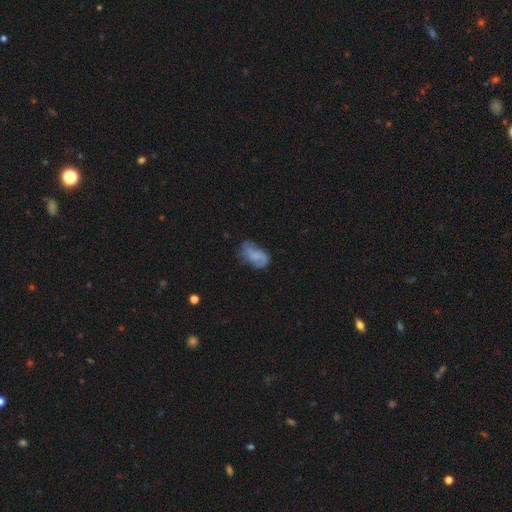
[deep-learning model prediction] Overall: smooth (53%; featured or disk 37%). How rounded: in between (89%). Merging: none (43%; minor disturbance 33%).